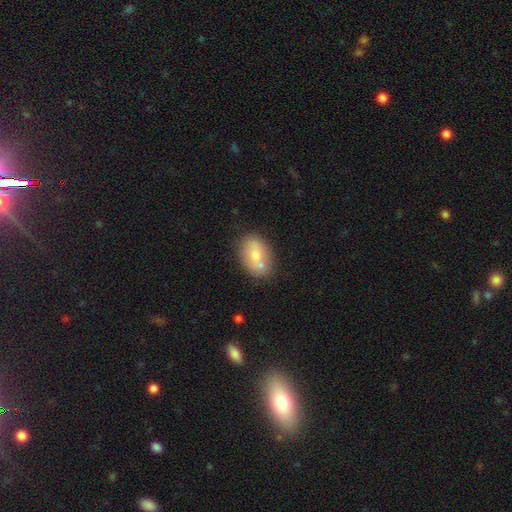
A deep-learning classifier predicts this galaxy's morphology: Smooth or featured?
  - smooth: 69% *
  - featured or disk: 24%
  - star or artifact: 7%
How rounded?
  - in between: 85% *
  - round: 13%
  - cigar-shaped: 2%
Merging?
  - none: 62% *
  - merger: 19%
  - minor disturbance: 15%
  - major disturbance: 4%